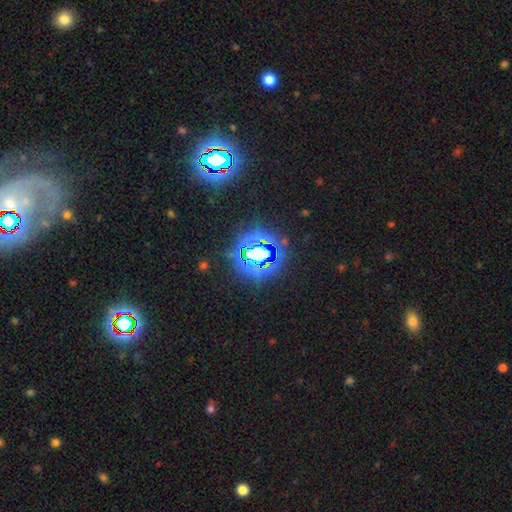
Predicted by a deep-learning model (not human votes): Smooth or featured?
  - star or artifact: 79% *
  - smooth: 13%
  - featured or disk: 8%